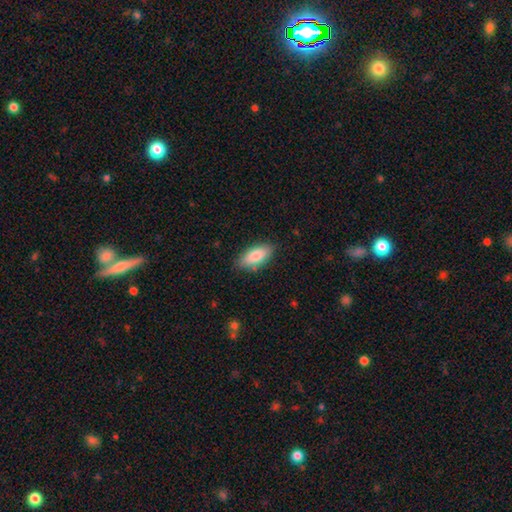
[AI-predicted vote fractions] This appears to be a smooth galaxy with no disk features (83%) that is in between round and cigar-shaped (88%). Merging: none (83%).